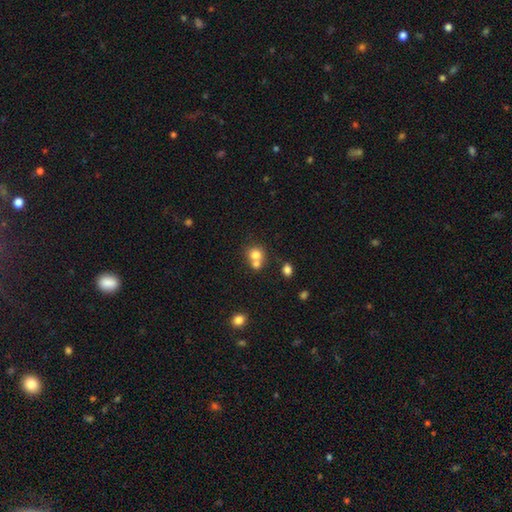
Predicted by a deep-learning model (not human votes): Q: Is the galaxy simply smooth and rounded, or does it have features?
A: smooth — 76%.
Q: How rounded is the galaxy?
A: round — 81%.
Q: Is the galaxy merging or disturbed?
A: merger — 52%.